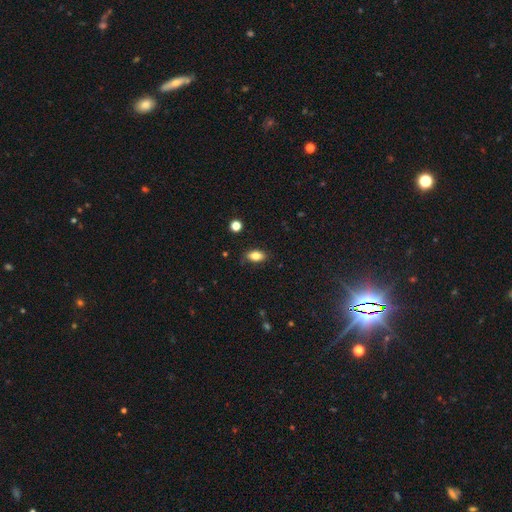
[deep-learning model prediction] smooth-or-featured: smooth: 81% | featured or disk: 10% | star or artifact: 9%
  how-rounded: in between: 88% | round: 6% | cigar-shaped: 6%
  merging: none: 84% | minor disturbance: 13% | major disturbance: 3% | merger: 1%